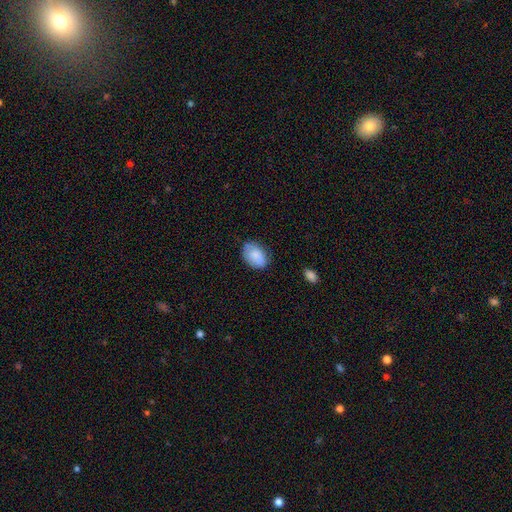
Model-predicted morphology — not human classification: A smooth galaxy with no disk features (83%) that is in between round and cigar-shaped (86%).

Vote fractions:
- Smooth or featured? smooth: 83% / featured or disk: 10% / star or artifact: 7%
- How rounded? in between: 86% / round: 13% / cigar-shaped: 1%
- Merging? none: 73% / minor disturbance: 21% / major disturbance: 4% / merger: 1%